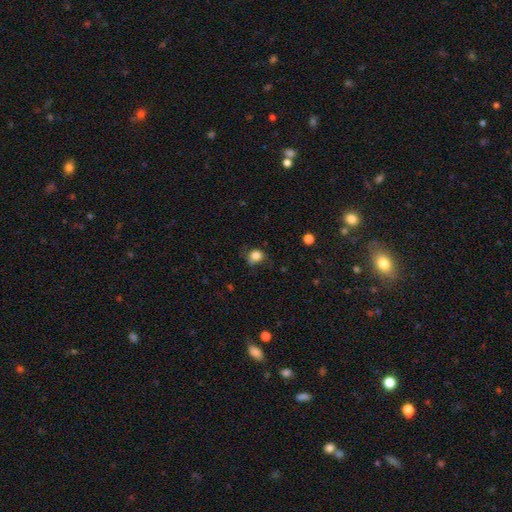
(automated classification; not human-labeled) This appears to be a smooth galaxy with no disk features (83%) that is round (68%). Merging: none (61%).